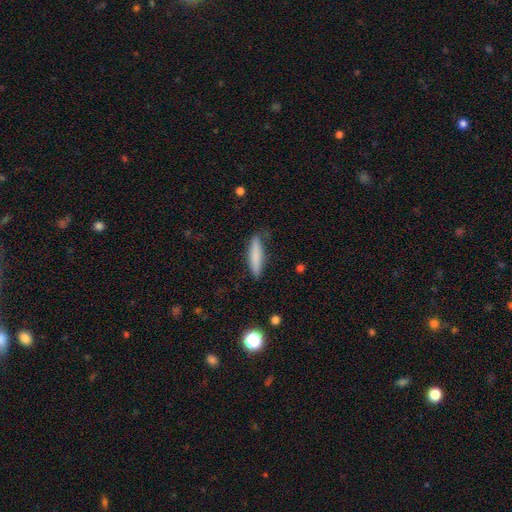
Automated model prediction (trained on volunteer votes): Smooth or featured?
  - smooth: 80% *
  - featured or disk: 13%
  - star or artifact: 7%
How rounded?
  - cigar-shaped: 80% *
  - in between: 19%
  - round: 2%
Merging?
  - none: 78% *
  - minor disturbance: 17%
  - major disturbance: 3%
  - merger: 2%